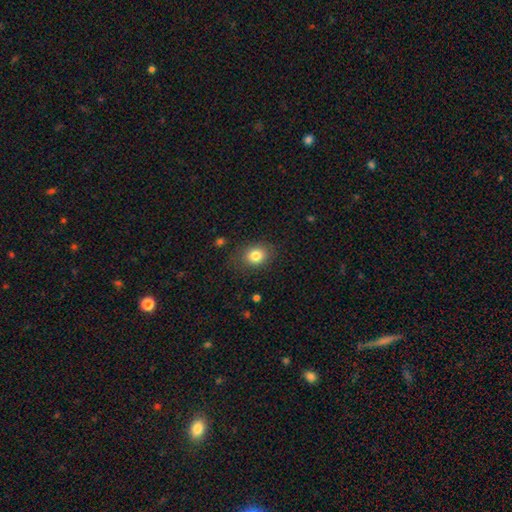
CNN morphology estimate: Smooth or featured? Predicted: smooth (p=0.82). How rounded? Predicted: round (p=0.54). Merging? Predicted: none (p=0.80).